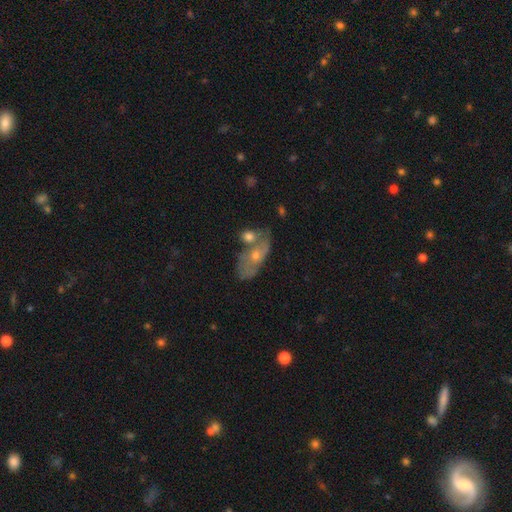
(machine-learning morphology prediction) Smooth or featured: featured or disk — 47% (smooth — 44%)
Merging: merger — 38% (none — 36%)